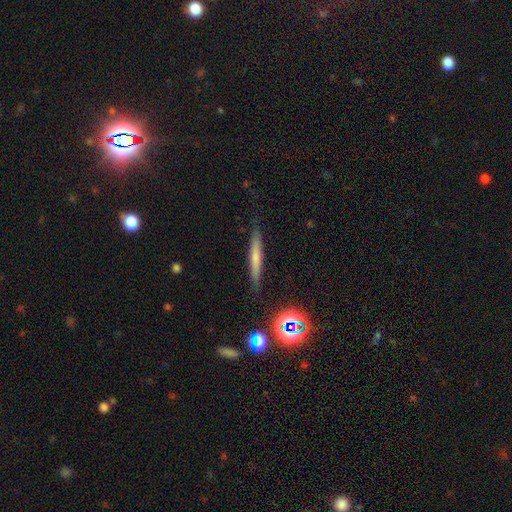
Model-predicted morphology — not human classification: The model was most divided on "smooth or featured": smooth: 56%, featured or disk: 34%, star or artifact: 10%. More confident: how rounded — cigar-shaped (93%); merging — none (86%).